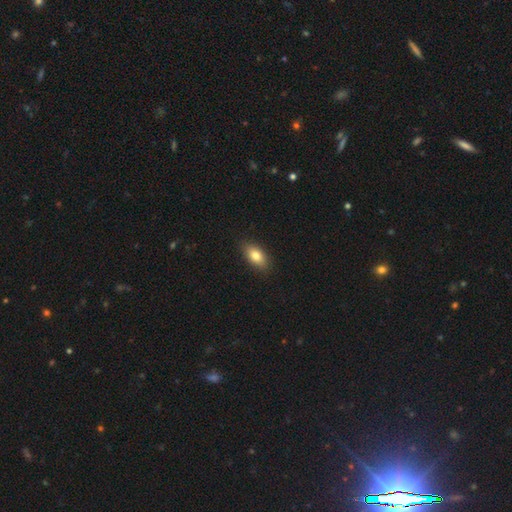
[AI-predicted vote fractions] This appears to be a smooth galaxy with no disk features (82%) that is in between round and cigar-shaped (88%). Merging: none (87%).